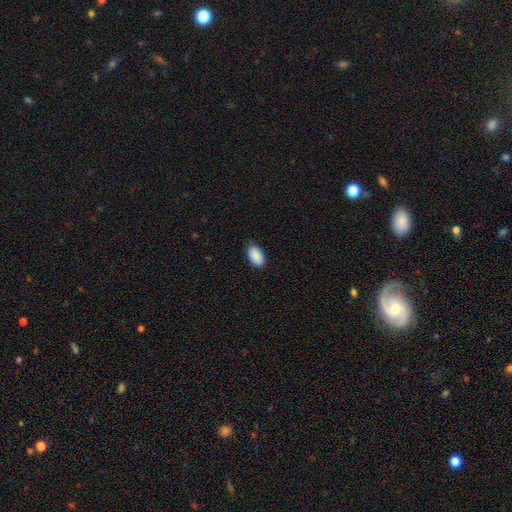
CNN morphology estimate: smooth-or-featured: smooth: 91% | star or artifact: 6% | featured or disk: 3%
  how-rounded: in between: 95% | round: 4% | cigar-shaped: 1%
  merging: none: 83% | minor disturbance: 14% | major disturbance: 2% | merger: 1%